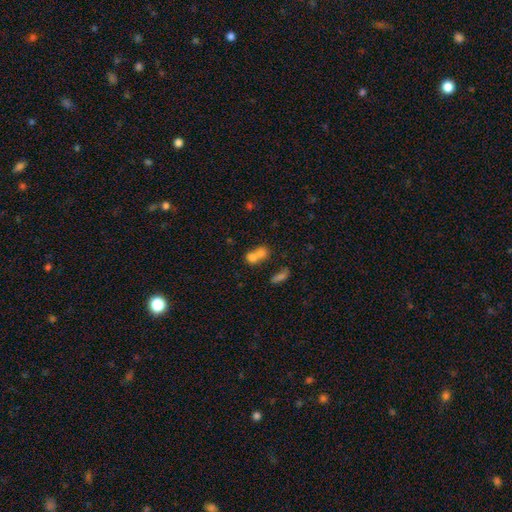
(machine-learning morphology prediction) Smooth or featured?
  - smooth: 71% *
  - featured or disk: 17%
  - star or artifact: 12%
How rounded?
  - round: 52% *
  - in between: 46%
  - cigar-shaped: 2%
Merging?
  - merger: 69% *
  - none: 21%
  - minor disturbance: 6%
  - major disturbance: 4%